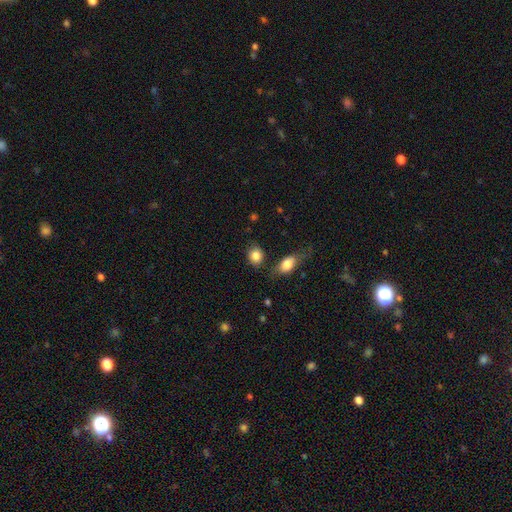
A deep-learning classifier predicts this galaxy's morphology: Smooth or featured?
  - smooth: 85% *
  - star or artifact: 9%
  - featured or disk: 6%
How rounded?
  - round: 58% *
  - in between: 40%
  - cigar-shaped: 2%
Merging?
  - none: 74% *
  - minor disturbance: 13%
  - merger: 9%
  - major disturbance: 4%